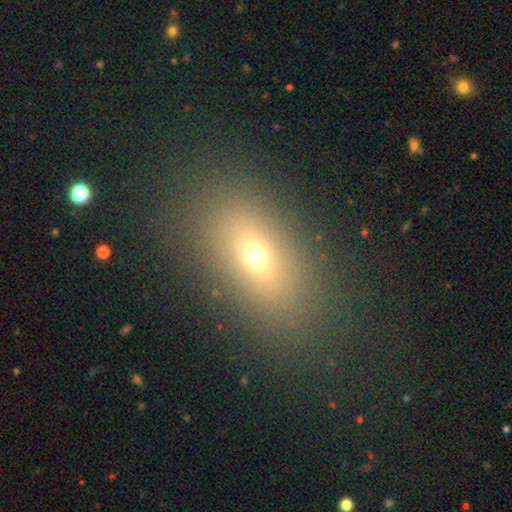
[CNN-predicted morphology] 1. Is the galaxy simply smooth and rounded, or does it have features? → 64% smooth, 19% star or artifact, 17% featured or disk.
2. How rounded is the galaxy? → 78% in between, 15% round, 7% cigar-shaped.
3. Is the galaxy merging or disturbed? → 80% none, 10% minor disturbance, 7% major disturbance, 2% merger.